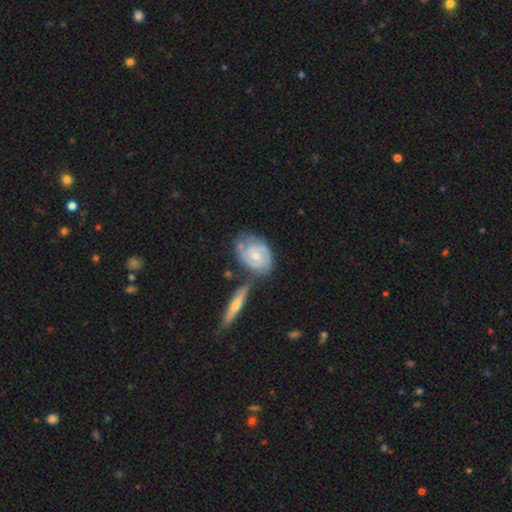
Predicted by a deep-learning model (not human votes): Smooth or featured: featured or disk — 86% (smooth — 10%)
Edge-on disk: no — 96% (yes — 4%)
Bar: no — 54% (weak — 38%)
Spiral arms: yes — 97% (no — 3%)
Spiral winding: tight — 64% (medium — 30%)
Spiral arm count: 2 — 81% (can't tell — 8%)
Bulge size: small — 49% (moderate — 45%)
Merging: none — 58% (merger — 19%)